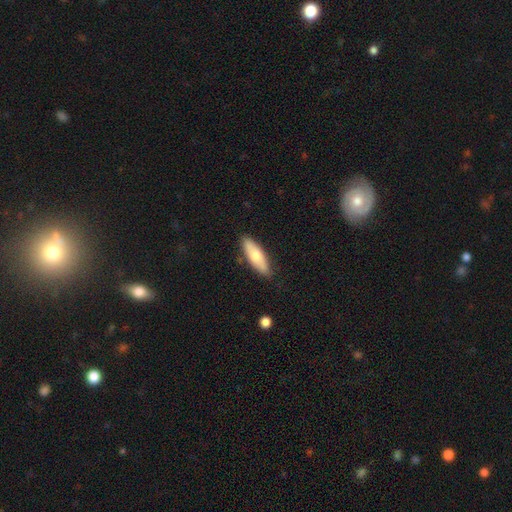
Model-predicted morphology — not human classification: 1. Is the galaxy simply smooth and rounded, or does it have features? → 65% smooth, 29% featured or disk, 5% star or artifact.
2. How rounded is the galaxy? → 57% in between, 40% cigar-shaped, 2% round.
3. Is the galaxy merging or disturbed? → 86% none, 11% minor disturbance, 2% major disturbance, 2% merger.